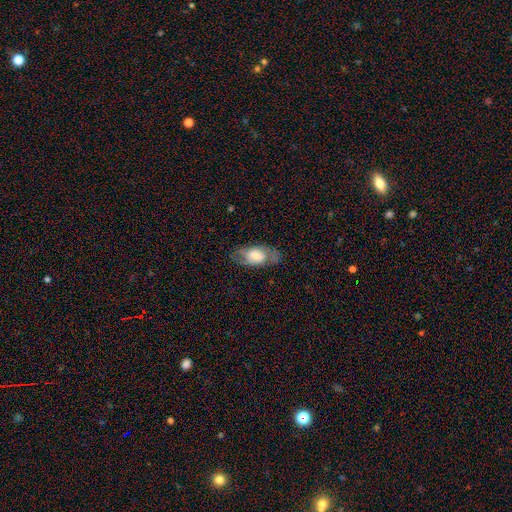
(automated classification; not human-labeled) Q: Smooth or featured?
A: featured or disk (52%); runner-up: smooth (41%)
Q: Edge-on disk?
A: no (90%); runner-up: yes (10%)
Q: Merging?
A: none (70%); runner-up: minor disturbance (19%)